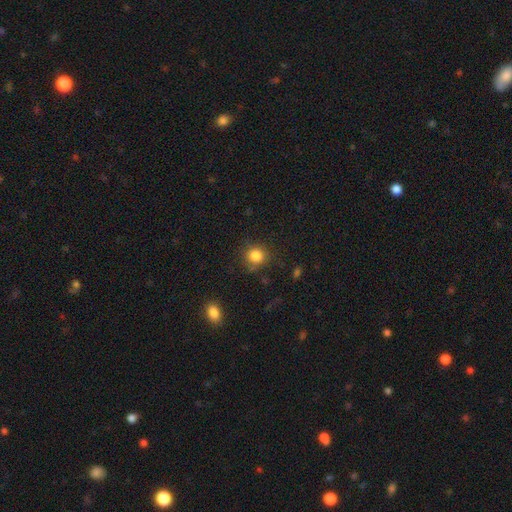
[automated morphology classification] Q: Smooth or featured?
A: smooth (84%); runner-up: star or artifact (11%)
Q: How rounded?
A: round (86%); runner-up: in between (13%)
Q: Merging?
A: none (80%); runner-up: minor disturbance (13%)